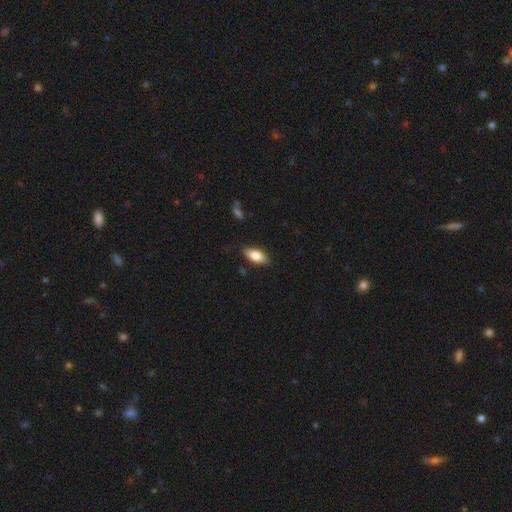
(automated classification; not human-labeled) Q: Smooth or featured?
A: smooth (79%); runner-up: featured or disk (15%)
Q: How rounded?
A: in between (86%); runner-up: cigar-shaped (11%)
Q: Merging?
A: none (84%); runner-up: minor disturbance (13%)